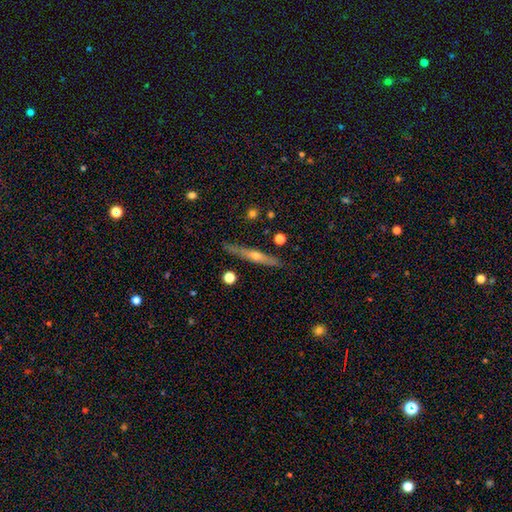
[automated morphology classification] A featured or disk galaxy (72%) viewed edge-on (96%) with a rounded central bulge (87%). Merging: none (87%).